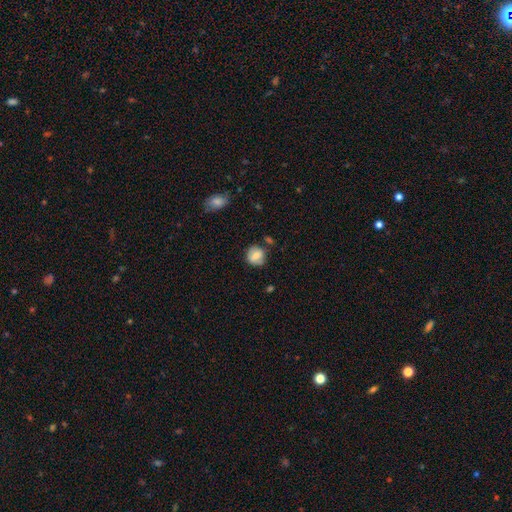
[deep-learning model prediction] A smooth galaxy with no disk features (71%) that is round (78%). Merging: none (69%).